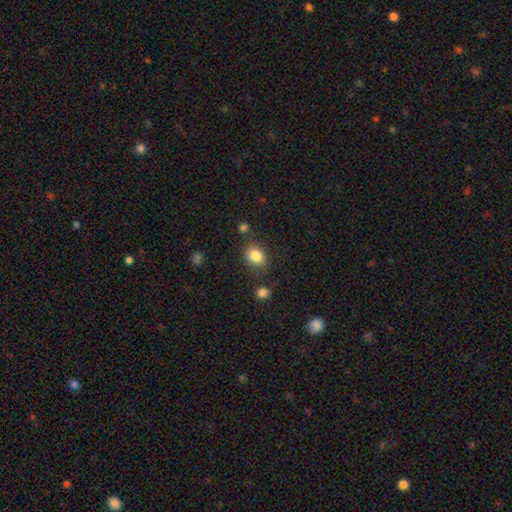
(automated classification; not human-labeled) Smooth or featured?
  - smooth: 84% *
  - star or artifact: 10%
  - featured or disk: 6%
How rounded?
  - in between: 52% *
  - round: 47%
  - cigar-shaped: 1%
Merging?
  - none: 75% *
  - minor disturbance: 14%
  - merger: 6%
  - major disturbance: 4%